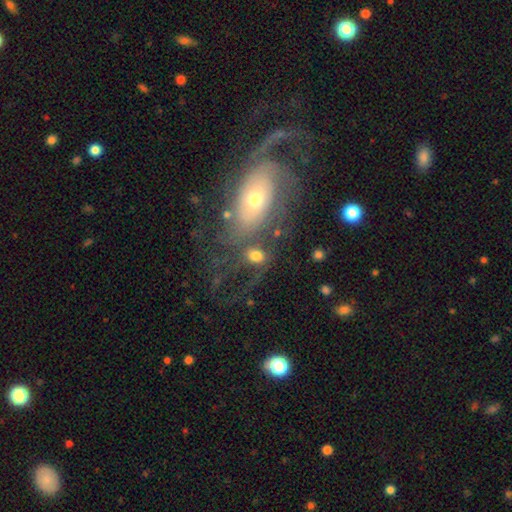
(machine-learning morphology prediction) Smooth or featured: smooth — 50% (featured or disk — 34%)
How rounded: in between — 61% (round — 36%)
Merging: none — 49% (merger — 18%)